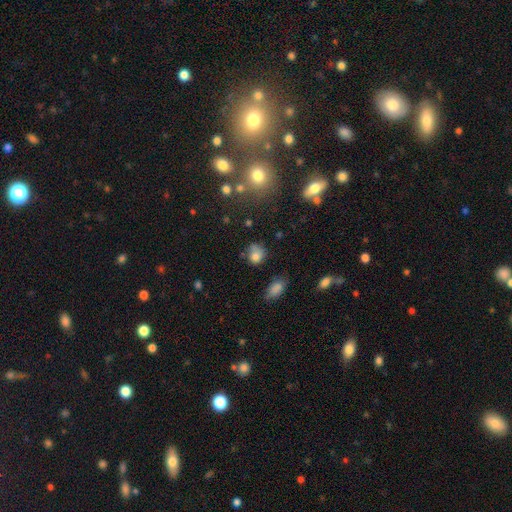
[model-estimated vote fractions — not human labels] This is likely a smooth galaxy (76%). How rounded: likely round (61%). Merging: possibly none (49%).